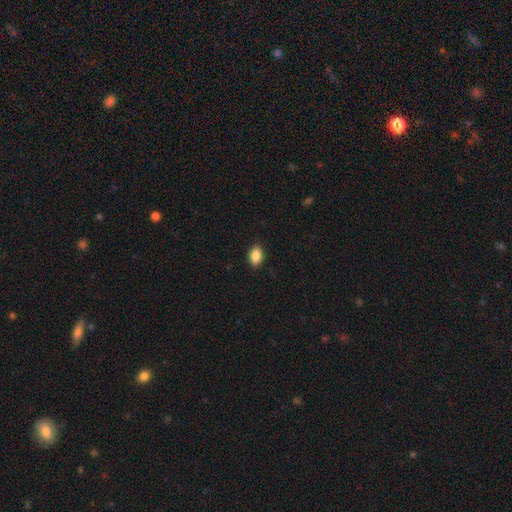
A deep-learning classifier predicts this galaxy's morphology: type=smooth (88%); roundness=in between (83%); merging=none (87%).